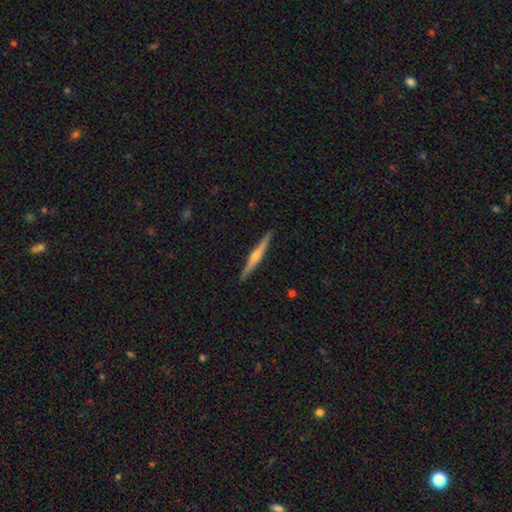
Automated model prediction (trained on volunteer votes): The model was most divided on "smooth or featured": featured or disk: 77%, smooth: 18%, star or artifact: 5%. More confident: edge-on disk — yes (98%); merging — none (92%); edge-on bulge — rounded (86%).